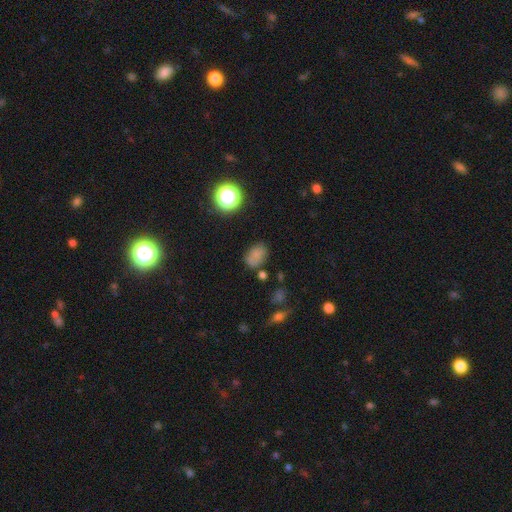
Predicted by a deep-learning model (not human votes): The model was most divided on "merging": none: 63%, minor disturbance: 21%, merger: 9%, major disturbance: 8%. More confident: how rounded — in between (74%); smooth or featured — smooth (72%).